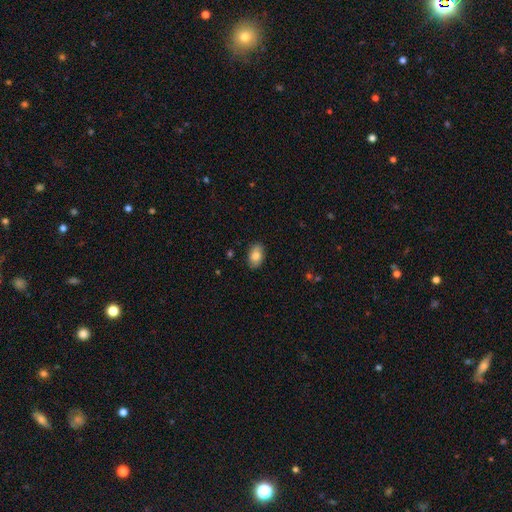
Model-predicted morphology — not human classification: A smooth galaxy with no disk features (78%) that is in between round and cigar-shaped (90%).

Vote fractions:
- Smooth or featured? smooth: 78% / featured or disk: 15% / star or artifact: 7%
- How rounded? in between: 90% / round: 8% / cigar-shaped: 2%
- Merging? none: 84% / minor disturbance: 12% / major disturbance: 2% / merger: 1%